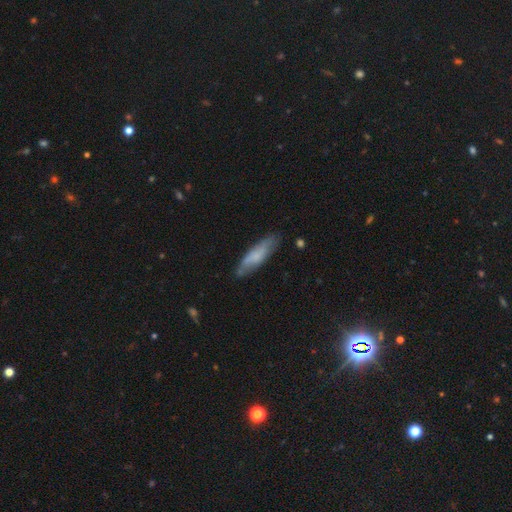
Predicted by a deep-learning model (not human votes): Overall: smooth (63%; featured or disk 30%). How rounded: cigar-shaped (69%; in between 30%). Merging: none (76%).